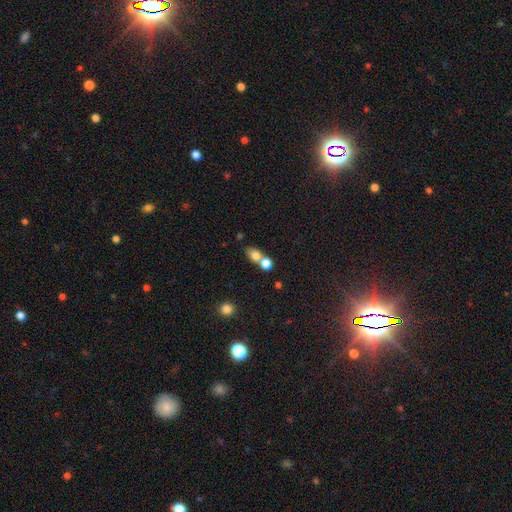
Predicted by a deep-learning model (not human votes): smooth_or_featured: smooth (p=0.77) [alt: featured or disk p=0.13]
how_rounded: in between (p=0.54) [alt: round p=0.44]
merging: merger (p=0.51) [alt: none p=0.38]